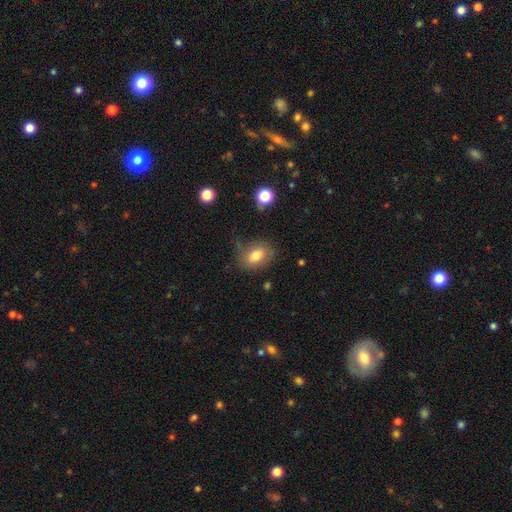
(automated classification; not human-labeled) This appears to be a smooth galaxy with no disk features (77%) that is in between round and cigar-shaped (71%). Merging: none (63%).